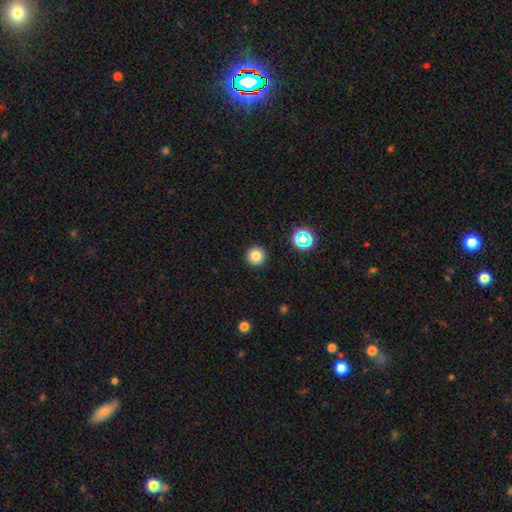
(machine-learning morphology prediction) Smooth or featured? smooth (80%)
How rounded? round (96%)
Merging? none (92%)